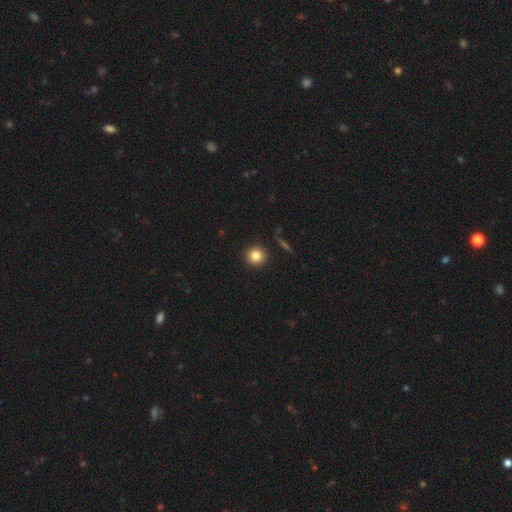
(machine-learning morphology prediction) This is clearly a smooth galaxy (83%). How rounded: clearly round (93%). Merging: clearly none (92%).